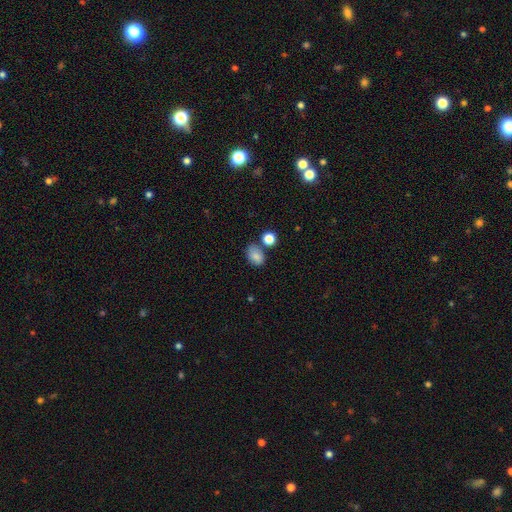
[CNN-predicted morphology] A smooth galaxy with no disk features (82%) that is in between round and cigar-shaped (77%).

Vote fractions:
- Smooth or featured? smooth: 82% / star or artifact: 10% / featured or disk: 7%
- How rounded? in between: 77% / round: 22% / cigar-shaped: 1%
- Merging? none: 67% / minor disturbance: 17% / merger: 12% / major disturbance: 5%